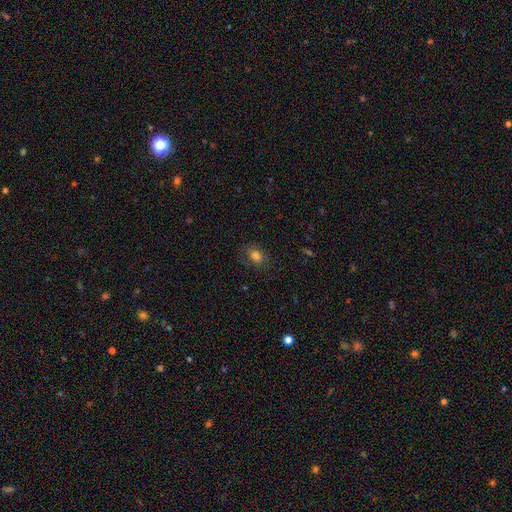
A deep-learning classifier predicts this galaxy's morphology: type=smooth (80%); roundness=in between (64%); merging=none (79%).